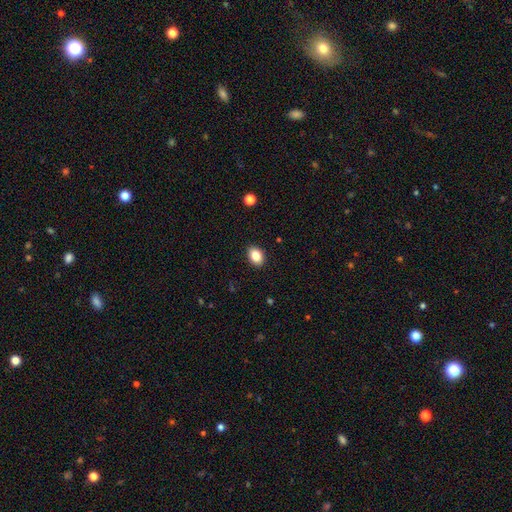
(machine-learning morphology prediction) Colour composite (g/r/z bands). It shows a smooth galaxy with no disk features (85%) that is in between round and cigar-shaped (78%). Merging: none (90%).